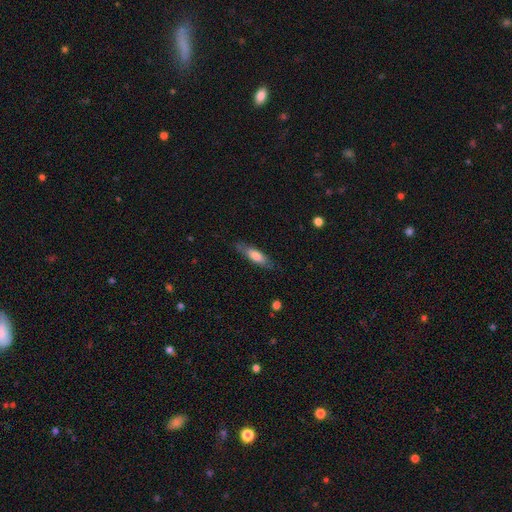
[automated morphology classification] This appears to be a smooth galaxy with no disk features (67%) that is cigar-shaped (55%). Merging: none (77%).